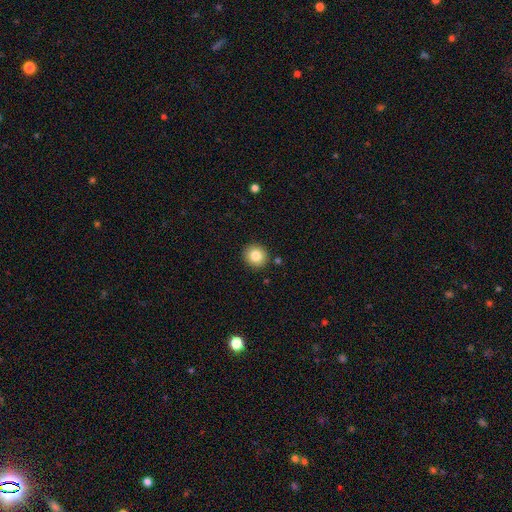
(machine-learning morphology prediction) This is clearly a smooth galaxy (82%). How rounded: clearly round (92%). Merging: clearly none (89%).